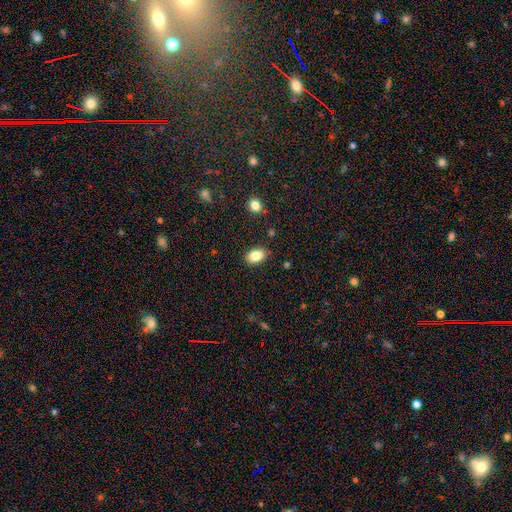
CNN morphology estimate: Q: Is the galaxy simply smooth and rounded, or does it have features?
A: smooth — 84%.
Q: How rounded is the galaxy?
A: in between — 87%.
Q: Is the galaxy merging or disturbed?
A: none — 87%.